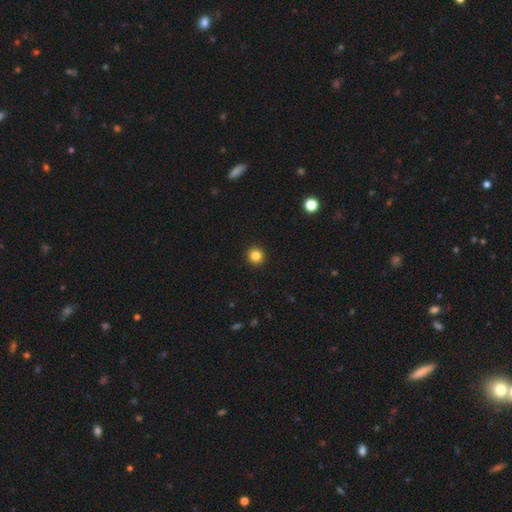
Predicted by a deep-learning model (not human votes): smooth_or_featured: smooth (p=0.83) [alt: star or artifact p=0.12]
how_rounded: round (p=0.94) [alt: in between p=0.05]
merging: none (p=0.94) [alt: minor disturbance p=0.04]